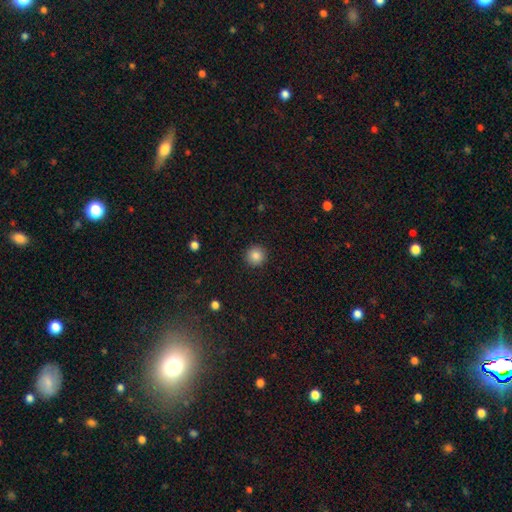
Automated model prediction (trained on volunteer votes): Morphology: type=smooth (86%); roundness=round (94%); merging=none (92%).